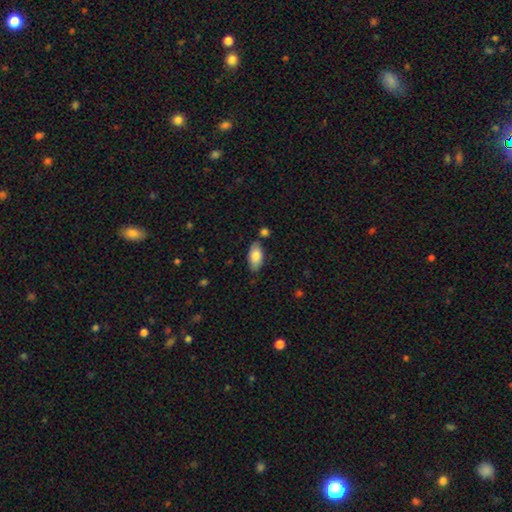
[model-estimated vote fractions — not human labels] Smooth or featured? Predicted: smooth (p=0.81). How rounded? Predicted: in between (p=0.93). Merging? Predicted: none (p=0.75).